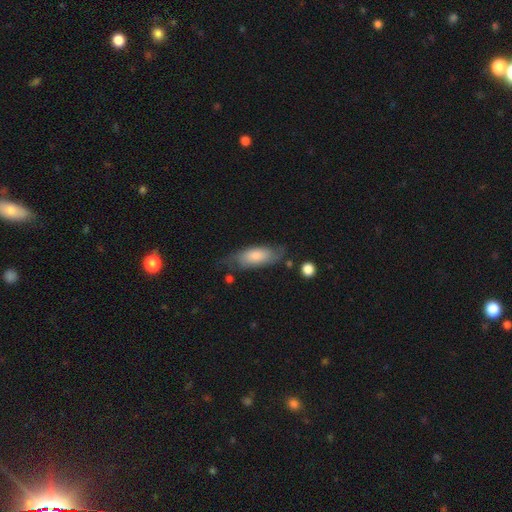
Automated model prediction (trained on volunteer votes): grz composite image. It shows a smooth galaxy with no disk features (62%) that is in between round and cigar-shaped (73%). Merging: none (61%).